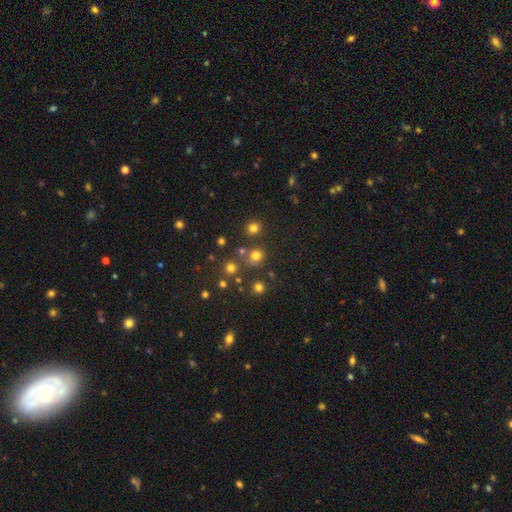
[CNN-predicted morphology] A smooth galaxy with no disk features (73%) that is round (85%). Merging: none (74%).